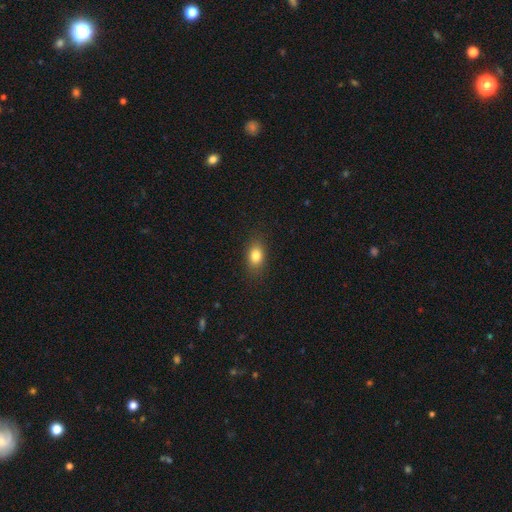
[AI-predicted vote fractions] A smooth galaxy with no disk features (82%) that is in between round and cigar-shaped (76%). Merging: none (85%).